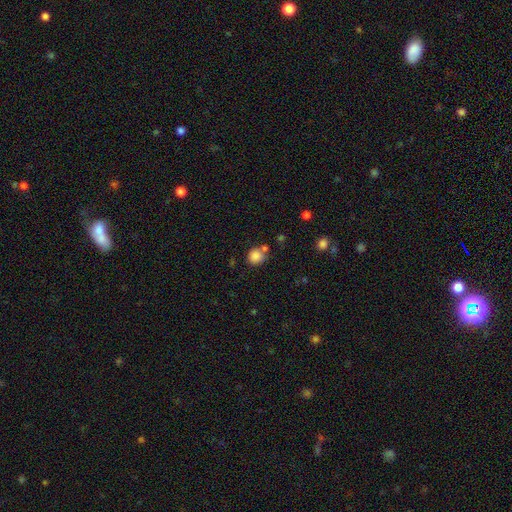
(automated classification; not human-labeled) This is clearly a smooth galaxy (85%). How rounded: clearly round (85%). Merging: likely none (66%).